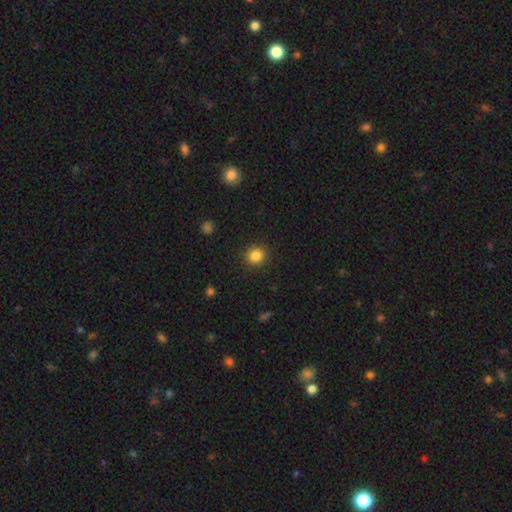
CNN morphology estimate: Smooth or featured: smooth — 84% (star or artifact — 12%)
How rounded: round — 85% (in between — 14%)
Merging: none — 90% (minor disturbance — 7%)